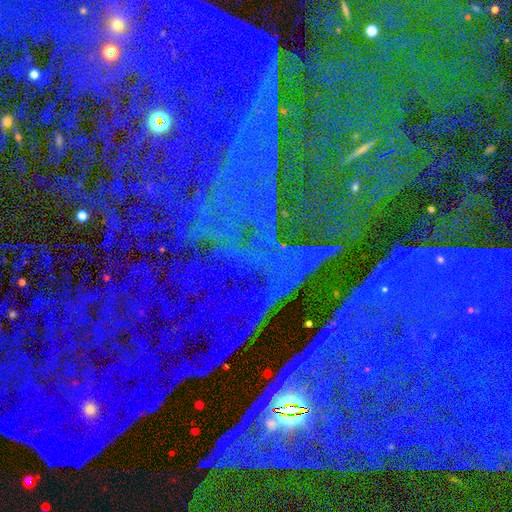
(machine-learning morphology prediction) This is clearly a star or artifact rather than a galaxy (87%).